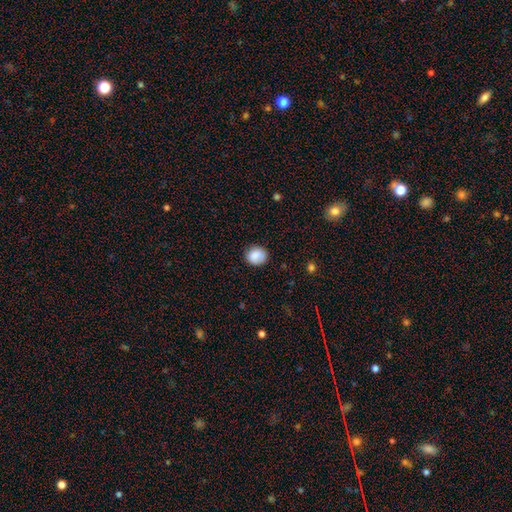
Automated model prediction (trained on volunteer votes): Smooth or featured? smooth (86%)
How rounded? round (79%)
Merging? none (81%)